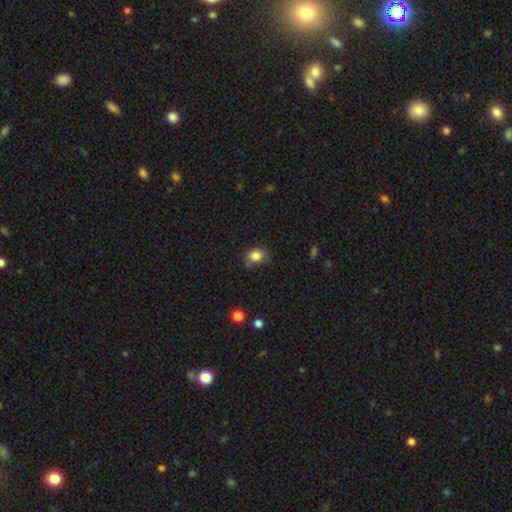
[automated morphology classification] Smooth or featured?
  - smooth: 82% *
  - star or artifact: 10%
  - featured or disk: 8%
How rounded?
  - round: 56% *
  - in between: 43%
  - cigar-shaped: 1%
Merging?
  - none: 56% *
  - minor disturbance: 33%
  - major disturbance: 9%
  - merger: 2%